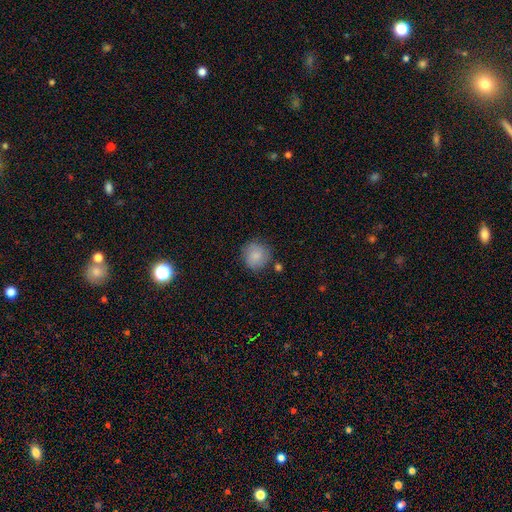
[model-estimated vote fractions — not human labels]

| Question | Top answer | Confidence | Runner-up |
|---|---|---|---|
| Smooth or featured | smooth | 84% | featured or disk (9%) |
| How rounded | round | 91% | in between (8%) |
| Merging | none | 79% | minor disturbance (13%) |